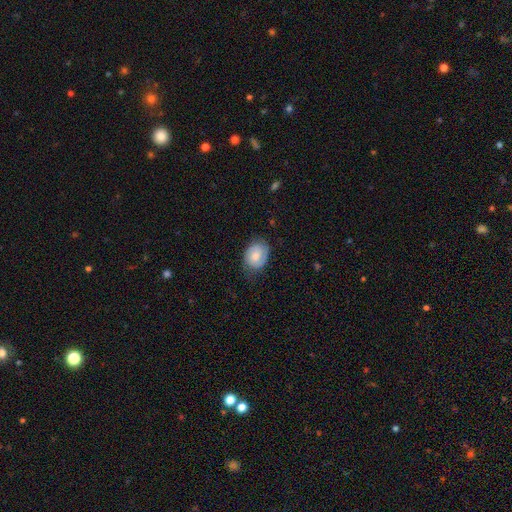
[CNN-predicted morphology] Q: Smooth or featured?
A: smooth (50%); runner-up: featured or disk (43%)
Q: Merging?
A: none (65%); runner-up: minor disturbance (25%)